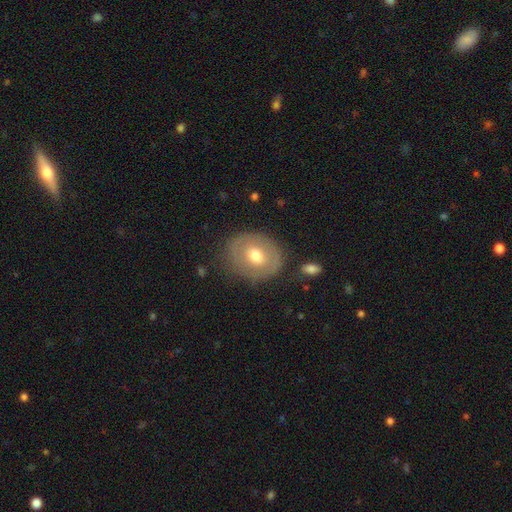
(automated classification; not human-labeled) Morphology: type=smooth (52%); roundness=round (56%); merging=none (75%).